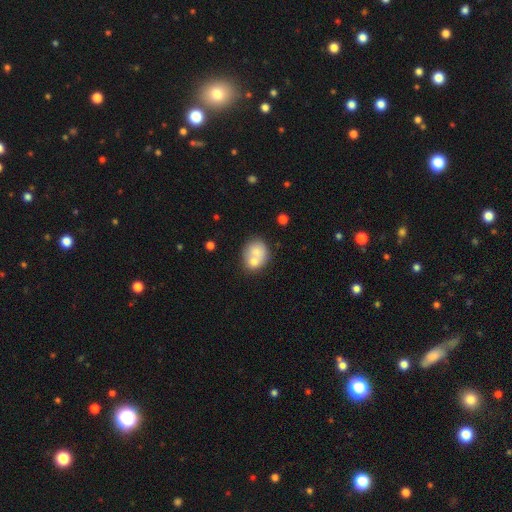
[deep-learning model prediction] A smooth galaxy with no disk features (68%) that is round (63%). Merging: merger (57%).